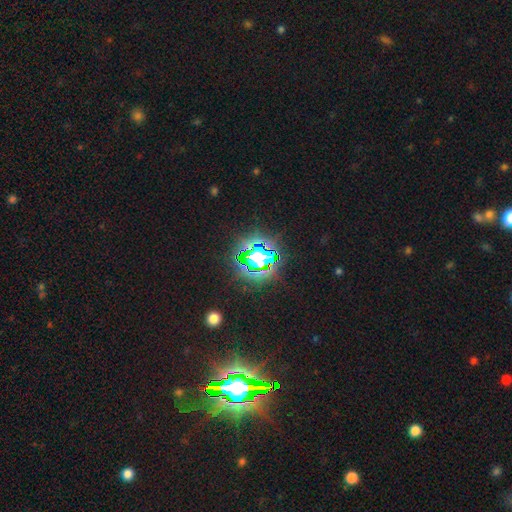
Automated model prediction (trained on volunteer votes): Smooth or featured? Predicted: star or artifact (p=0.78).